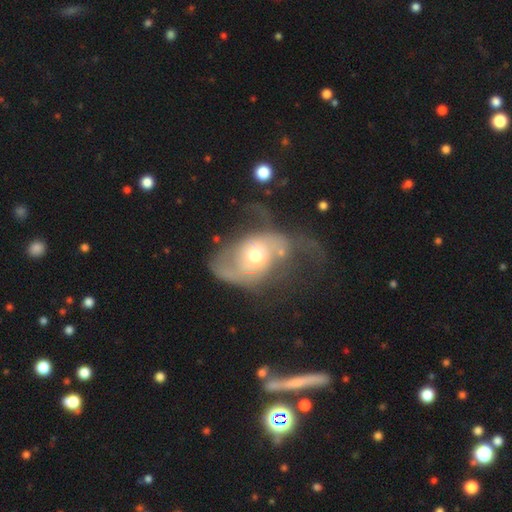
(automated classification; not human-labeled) This is likely a featured or disk galaxy (64%). It is clearly not viewed edge-on (94%). Bar: likely no (74%). Spiral arm pattern: likely yes (62%). Central bulge: likely moderate (65%). Merging: possibly major disturbance (49%).